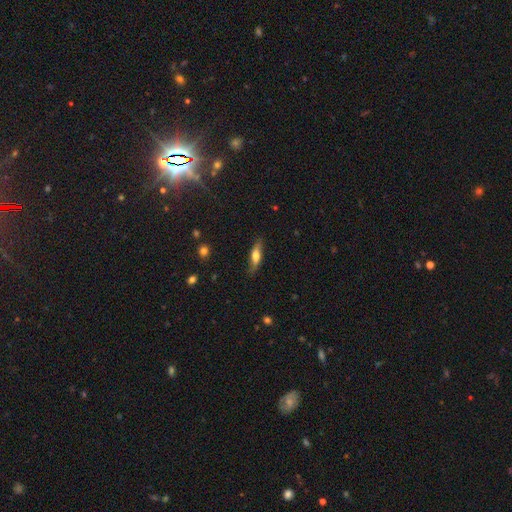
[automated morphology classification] type=smooth (58%); roundness=cigar-shaped (60%); merging=none (80%).